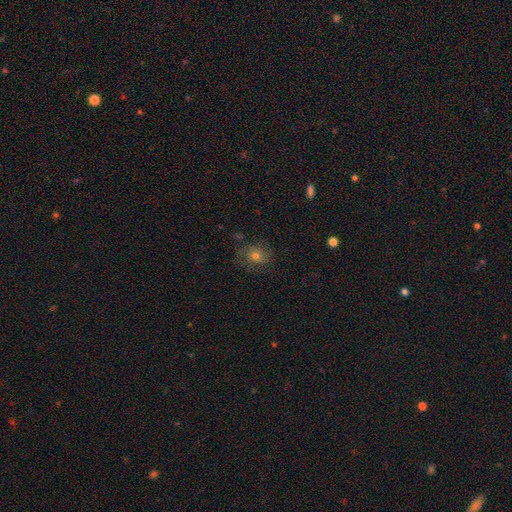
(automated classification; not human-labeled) This is marginally a smooth galaxy (41%). Merging: likely none (72%).